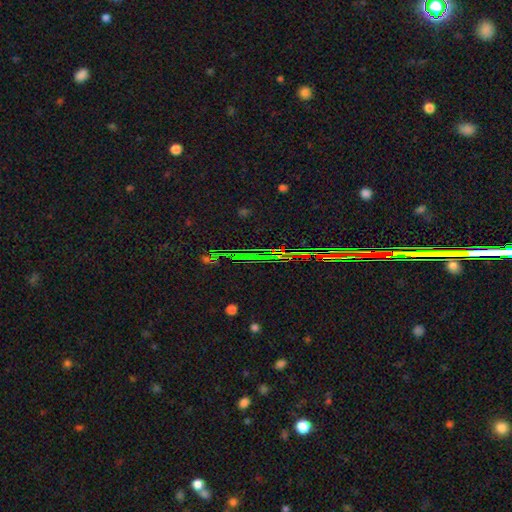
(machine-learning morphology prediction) smooth_or_featured: star or artifact (p=0.76) [alt: smooth p=0.13]